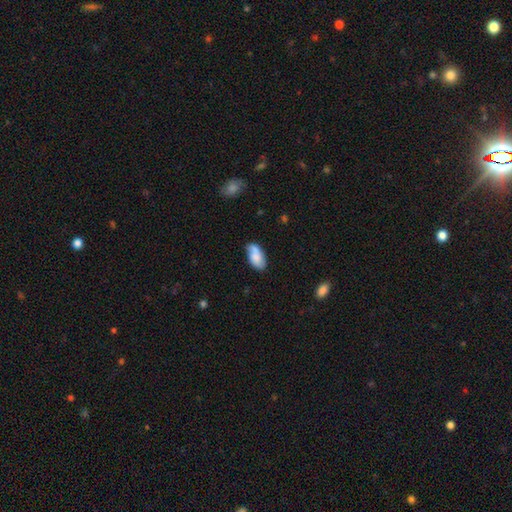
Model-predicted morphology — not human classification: A smooth galaxy with no disk features (68%) that is in between round and cigar-shaped (93%).

Vote fractions:
- Smooth or featured? smooth: 68% / featured or disk: 24% / star or artifact: 7%
- How rounded? in between: 93% / cigar-shaped: 4% / round: 3%
- Merging? none: 62% / minor disturbance: 26% / major disturbance: 6% / merger: 5%